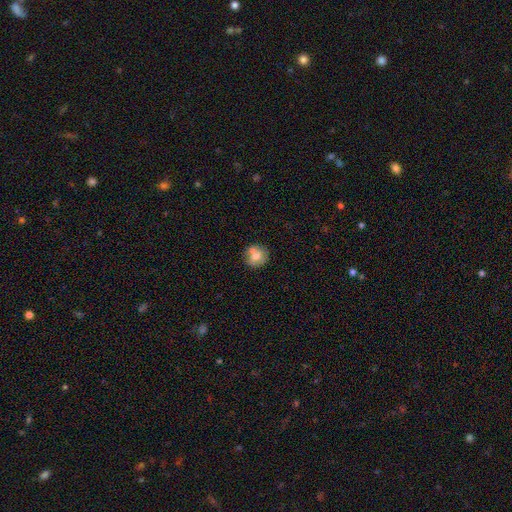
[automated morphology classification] This is likely a smooth galaxy (68%). How rounded: clearly round (83%). Merging: possibly none (60%).